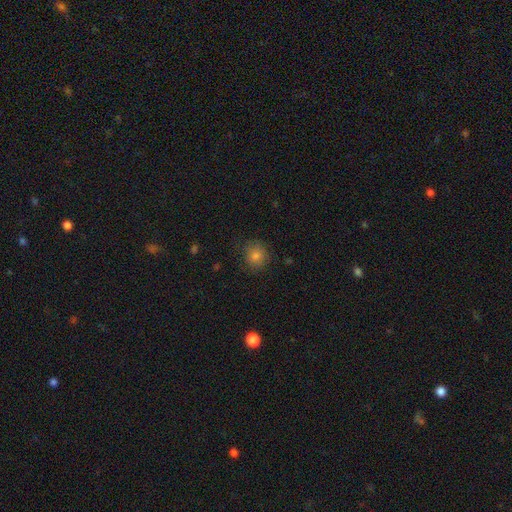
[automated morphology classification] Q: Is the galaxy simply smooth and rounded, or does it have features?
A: smooth — 79%.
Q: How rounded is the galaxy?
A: round — 88%.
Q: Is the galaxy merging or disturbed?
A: none — 83%.